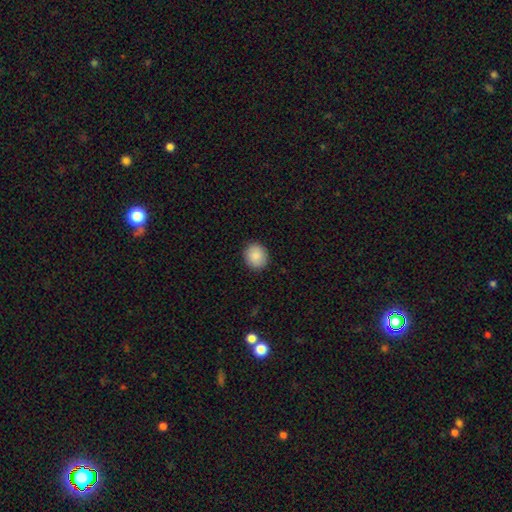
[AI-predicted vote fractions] Q: Smooth or featured?
A: smooth (88%); runner-up: star or artifact (7%)
Q: How rounded?
A: round (78%); runner-up: in between (21%)
Q: Merging?
A: none (91%); runner-up: minor disturbance (6%)